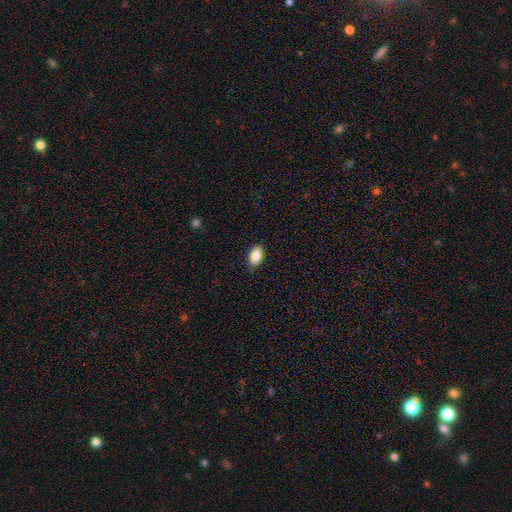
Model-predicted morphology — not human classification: smooth-or-featured: smooth: 88% | star or artifact: 7% | featured or disk: 5%
  how-rounded: in between: 92% | round: 7% | cigar-shaped: 2%
  merging: none: 83% | minor disturbance: 13% | major disturbance: 2% | merger: 1%